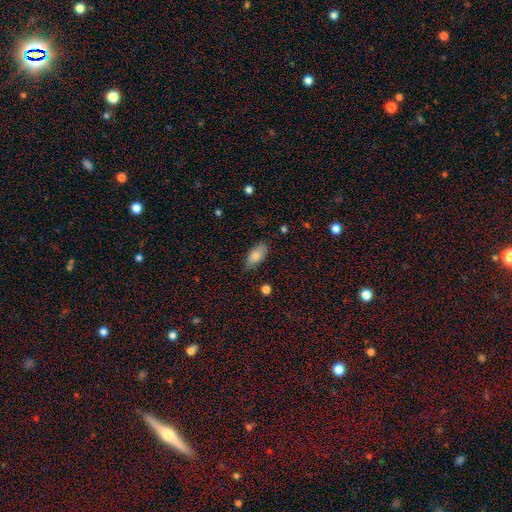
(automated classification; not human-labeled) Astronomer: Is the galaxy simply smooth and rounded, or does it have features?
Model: smooth — 81%.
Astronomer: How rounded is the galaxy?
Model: in between — 90%.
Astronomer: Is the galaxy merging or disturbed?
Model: none — 75%.